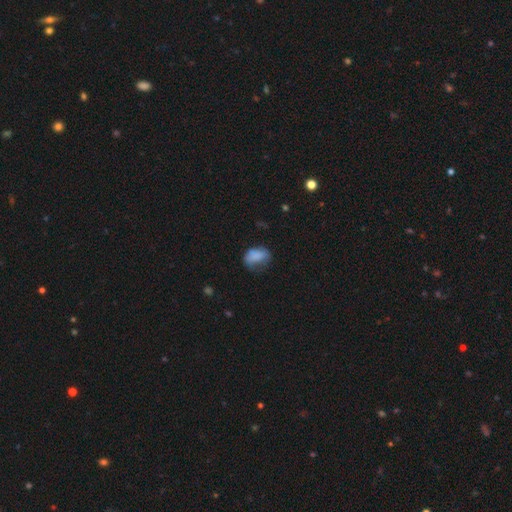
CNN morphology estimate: Smooth or featured? Predicted: smooth (p=0.77). How rounded? Predicted: in between (p=0.84). Merging? Predicted: none (p=0.41).